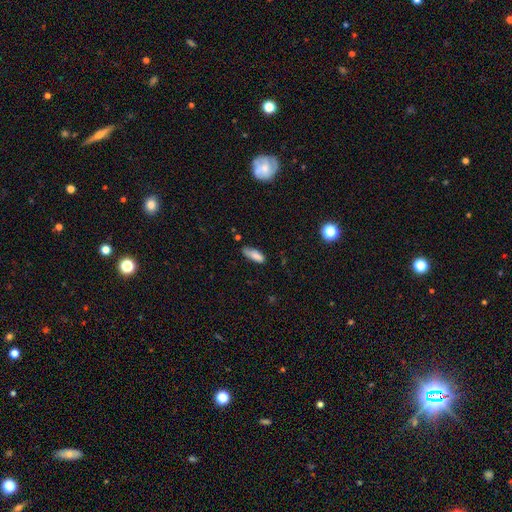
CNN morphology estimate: type=smooth (82%); roundness=in between (63%); merging=none (55%).